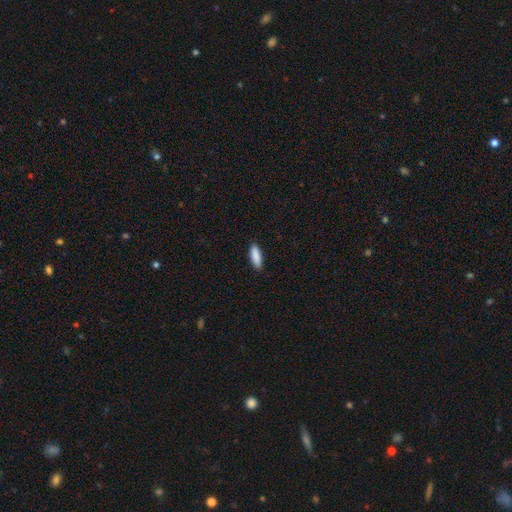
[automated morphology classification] Overall: smooth (90%). How rounded: in between (52%; cigar-shaped 46%). Merging: none (90%).